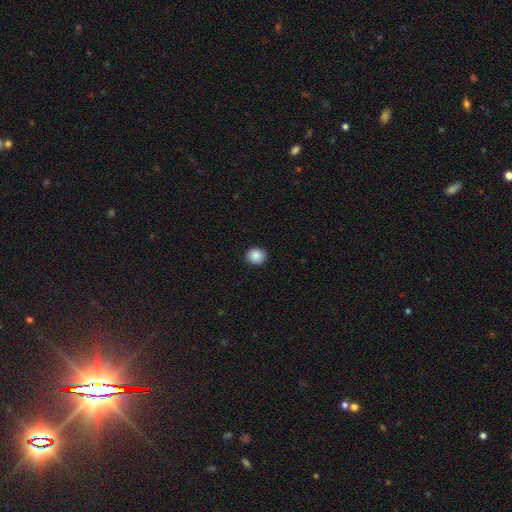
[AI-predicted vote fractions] Overall: smooth (88%). How rounded: round (74%). Merging: none (91%).